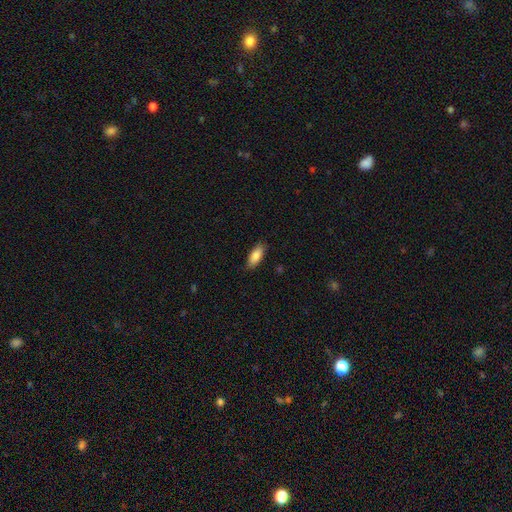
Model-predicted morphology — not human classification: smooth_or_featured: smooth (p=0.85) [alt: featured or disk p=0.09]
how_rounded: in between (p=0.78) [alt: cigar-shaped p=0.20]
merging: none (p=0.86) [alt: minor disturbance p=0.11]